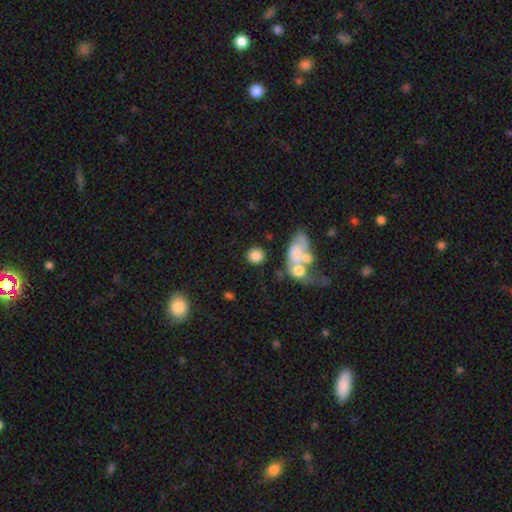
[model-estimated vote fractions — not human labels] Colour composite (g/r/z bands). It shows a smooth galaxy with no disk features (80%) that is round (79%). Merging: none (70%).